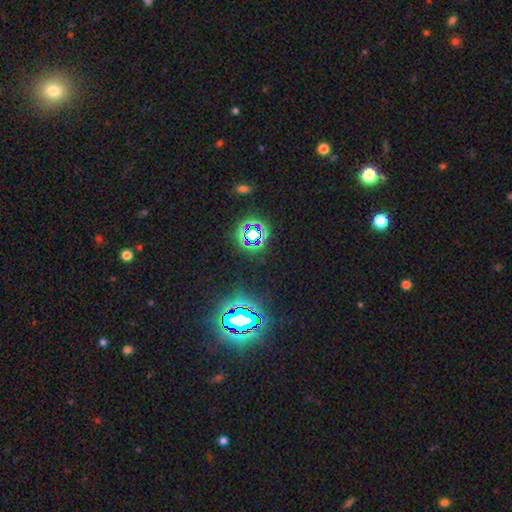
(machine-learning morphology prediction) smooth_or_featured: star or artifact (p=0.80) [alt: smooth p=0.12]